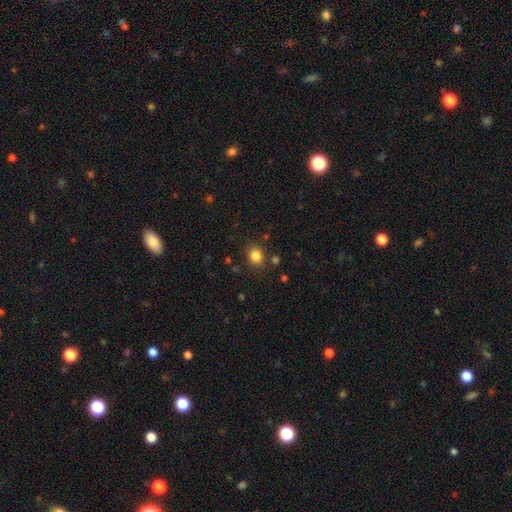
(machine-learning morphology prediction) This is clearly a smooth galaxy (84%). How rounded: likely round (65%). Merging: clearly none (82%).